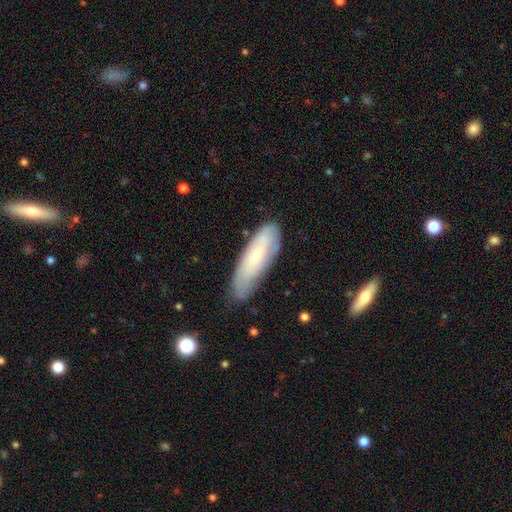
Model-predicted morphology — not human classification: A smooth galaxy with no disk features (50%).

Vote fractions:
- Smooth or featured? smooth: 50% / featured or disk: 43% / star or artifact: 7%
- Merging? none: 68% / minor disturbance: 25% / major disturbance: 6% / merger: 2%